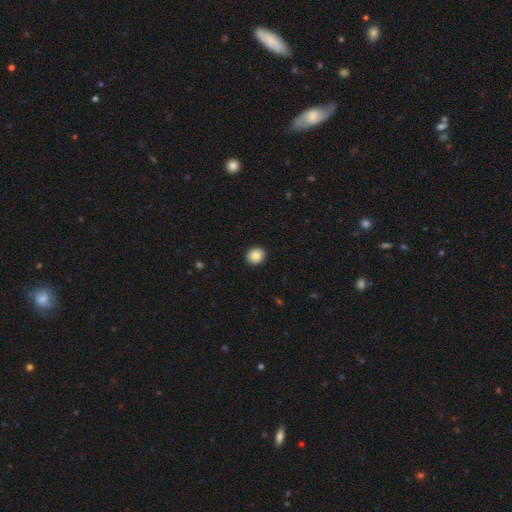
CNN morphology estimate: smooth_or_featured: smooth (p=0.87) [alt: star or artifact p=0.08]
how_rounded: round (p=0.80) [alt: in between p=0.19]
merging: none (p=0.92) [alt: minor disturbance p=0.05]